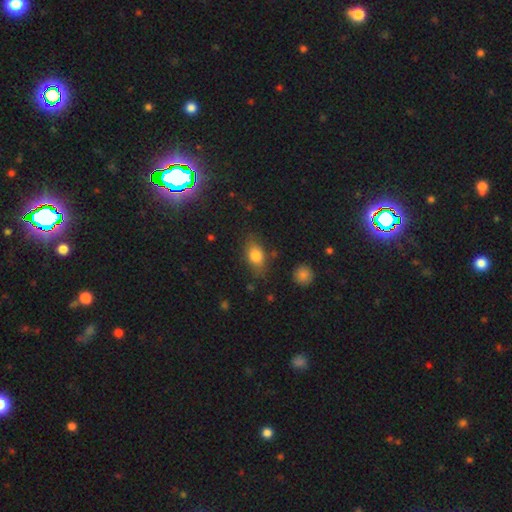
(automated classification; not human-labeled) Morphology: type=smooth (78%); roundness=in between (78%); merging=none (75%).